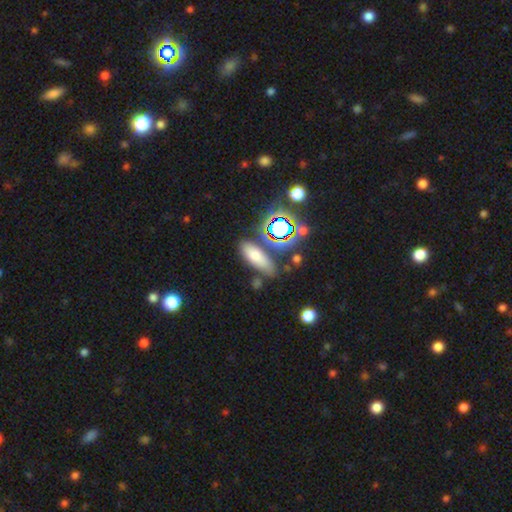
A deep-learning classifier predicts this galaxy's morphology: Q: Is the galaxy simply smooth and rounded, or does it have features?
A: smooth — 63%.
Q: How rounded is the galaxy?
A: in between — 68%.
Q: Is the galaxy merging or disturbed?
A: none — 72%.